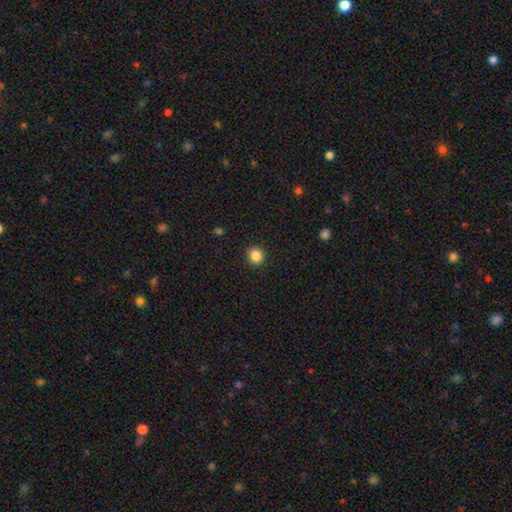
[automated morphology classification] Q: Smooth or featured?
A: smooth (86%); runner-up: star or artifact (11%)
Q: How rounded?
A: round (90%); runner-up: in between (9%)
Q: Merging?
A: none (92%); runner-up: minor disturbance (5%)